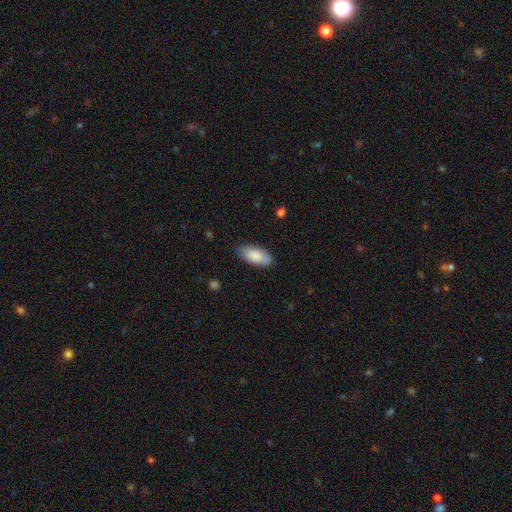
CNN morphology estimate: This is clearly a smooth galaxy (85%). How rounded: clearly in between (90%). Merging: clearly none (81%).